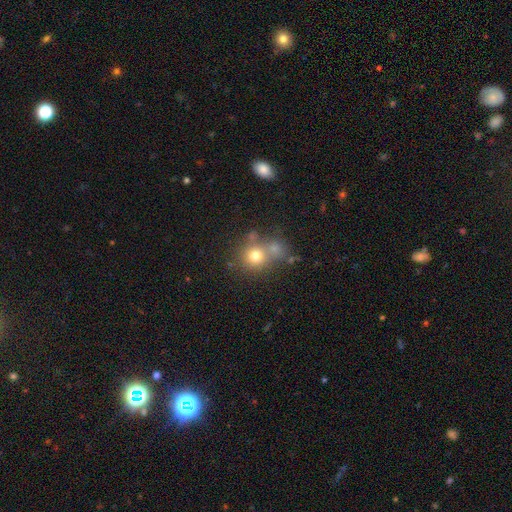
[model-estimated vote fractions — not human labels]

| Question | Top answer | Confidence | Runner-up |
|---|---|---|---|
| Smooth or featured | smooth | 72% | star or artifact (15%) |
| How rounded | round | 83% | in between (16%) |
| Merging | none | 49% | merger (34%) |